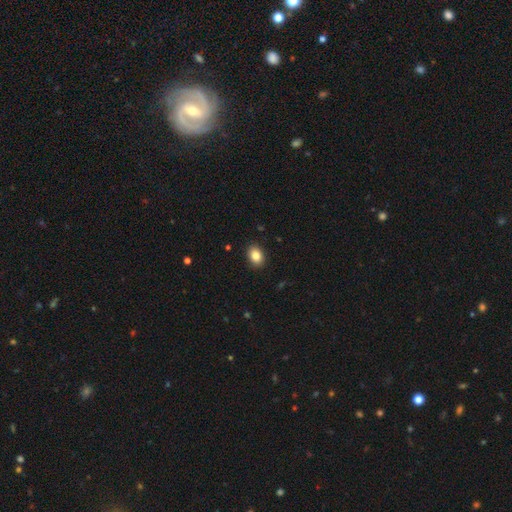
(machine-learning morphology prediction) Smooth or featured? Predicted: smooth (p=0.85). How rounded? Predicted: in between (p=0.71). Merging? Predicted: none (p=0.90).